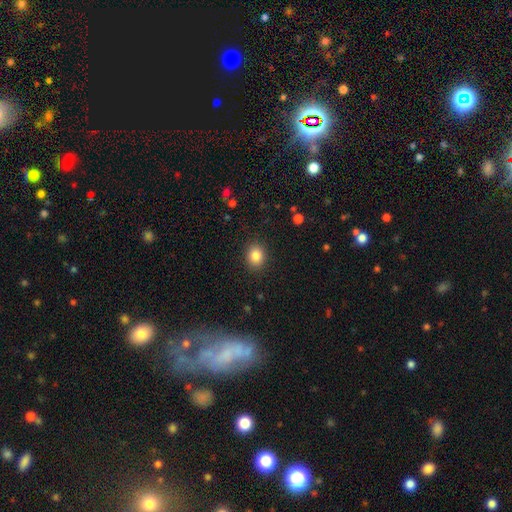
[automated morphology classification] Smooth or featured? smooth (85%)
How rounded? round (60%)
Merging? none (89%)